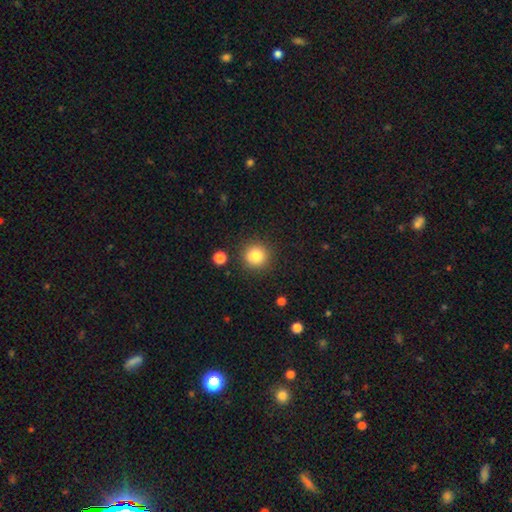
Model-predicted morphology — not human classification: smooth-or-featured: smooth: 82% | star or artifact: 11% | featured or disk: 6%
  how-rounded: round: 93% | in between: 6% | cigar-shaped: 1%
  merging: none: 88% | minor disturbance: 7% | major disturbance: 3% | merger: 2%